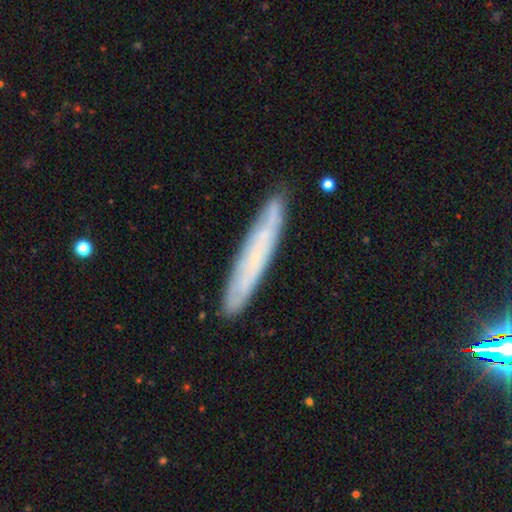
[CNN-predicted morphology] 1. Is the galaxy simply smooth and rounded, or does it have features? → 53% featured or disk, 39% smooth, 8% star or artifact.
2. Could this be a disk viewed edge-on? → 66% yes, 34% no.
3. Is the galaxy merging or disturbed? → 86% none, 11% minor disturbance, 2% major disturbance, 2% merger.